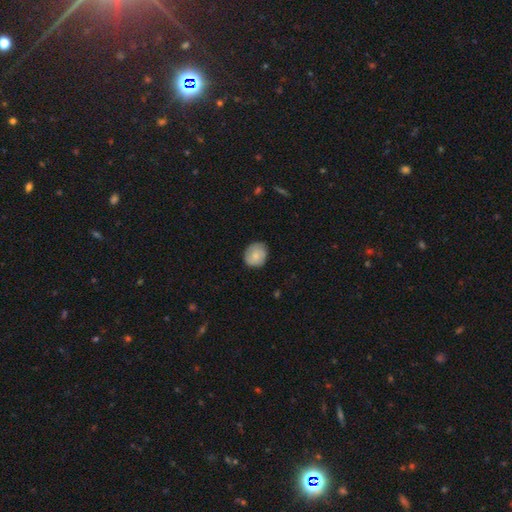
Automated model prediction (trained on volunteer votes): smooth_or_featured: smooth (p=0.77) [alt: featured or disk p=0.16]
how_rounded: round (p=0.74) [alt: in between p=0.25]
merging: none (p=0.79) [alt: minor disturbance p=0.17]